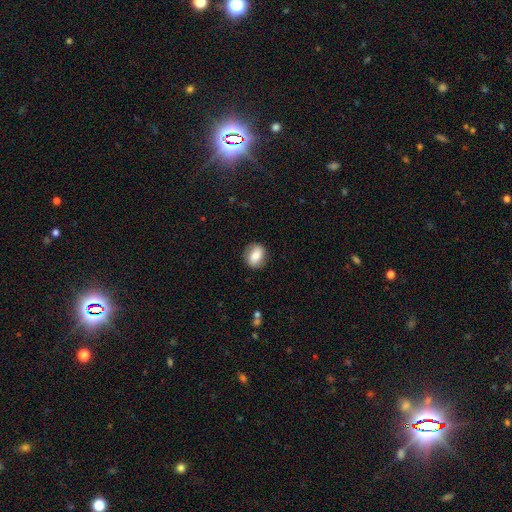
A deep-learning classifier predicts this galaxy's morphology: A smooth galaxy with no disk features (73%) that is round (52%).

Vote fractions:
- Smooth or featured? smooth: 73% / featured or disk: 20% / star or artifact: 8%
- How rounded? round: 52% / in between: 46% / cigar-shaped: 2%
- Merging? none: 86% / minor disturbance: 10% / major disturbance: 3% / merger: 1%